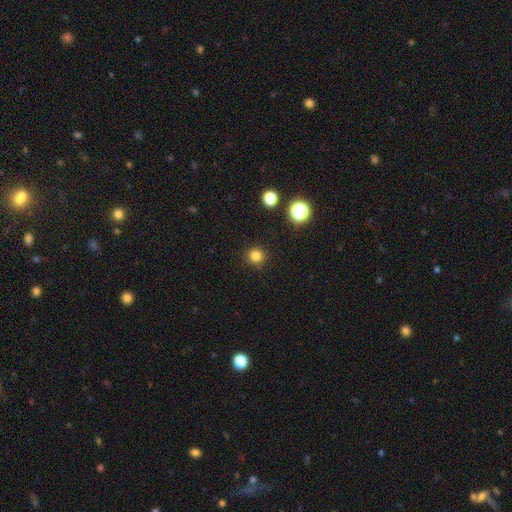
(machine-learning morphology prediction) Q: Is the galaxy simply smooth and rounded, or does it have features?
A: smooth — 82%.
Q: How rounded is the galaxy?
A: round — 95%.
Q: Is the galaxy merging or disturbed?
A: none — 91%.